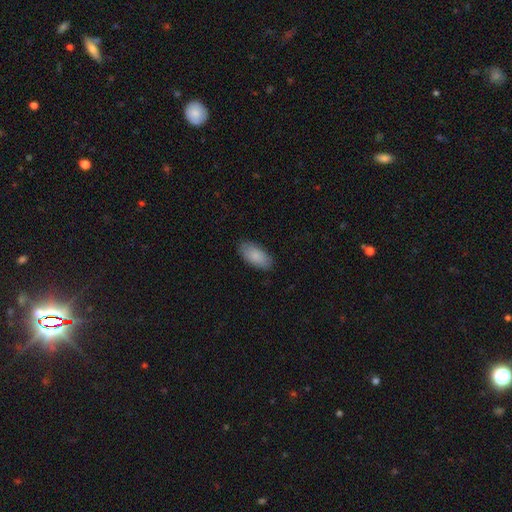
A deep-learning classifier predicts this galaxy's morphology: smooth-or-featured: smooth: 87% | featured or disk: 7% | star or artifact: 6%
  how-rounded: in between: 93% | cigar-shaped: 5% | round: 2%
  merging: none: 86% | minor disturbance: 11% | major disturbance: 2% | merger: 1%